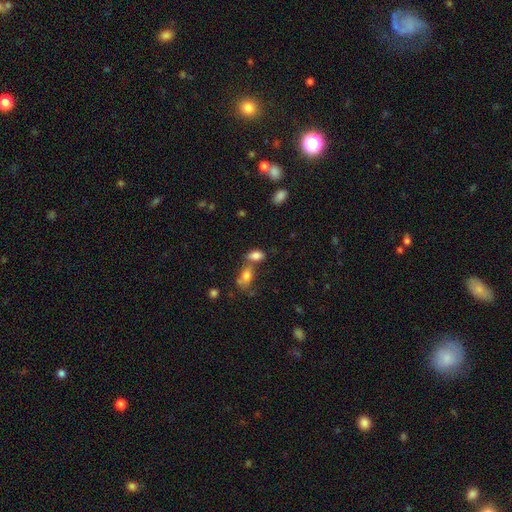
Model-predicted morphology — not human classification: Overall: smooth (82%). How rounded: in between (89%). Merging: none (45%; merger 38%).